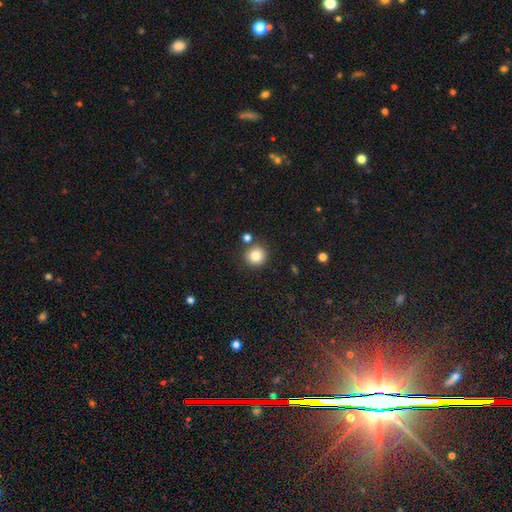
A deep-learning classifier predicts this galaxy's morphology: Smooth or featured?
  - smooth: 83% *
  - star or artifact: 11%
  - featured or disk: 6%
How rounded?
  - round: 92% *
  - in between: 7%
  - cigar-shaped: 1%
Merging?
  - none: 82% *
  - merger: 8%
  - minor disturbance: 8%
  - major disturbance: 2%